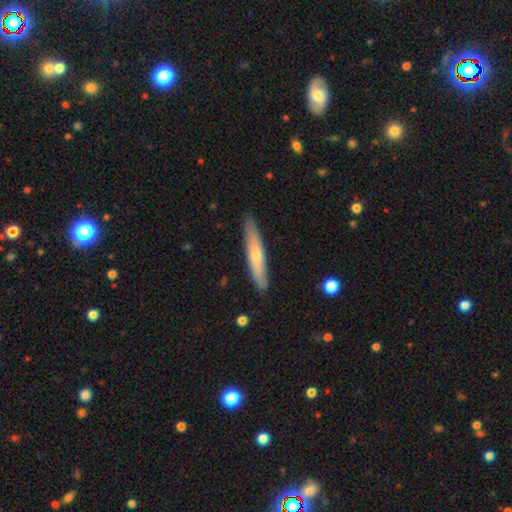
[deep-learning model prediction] Smooth or featured: smooth — 56% (featured or disk — 38%)
How rounded: cigar-shaped — 91% (in between — 7%)
Merging: none — 88% (minor disturbance — 9%)